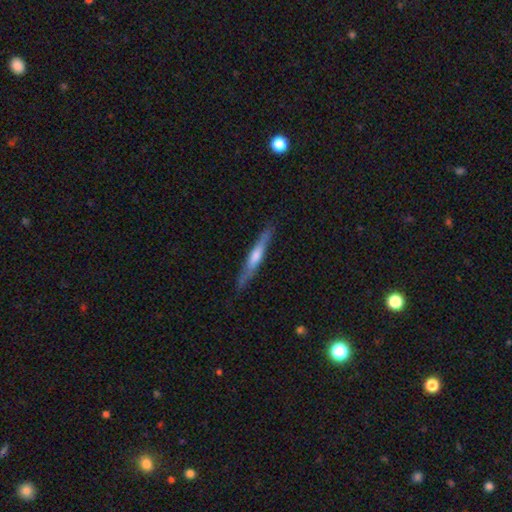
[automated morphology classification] smooth-or-featured: featured or disk: 65% | smooth: 29% | star or artifact: 6%
  disk-edge-on: yes: 96% | no: 4%
    edge-on-bulge: rounded: 66% | none: 21% | boxy: 14%
  merging: none: 87% | minor disturbance: 10% | major disturbance: 2% | merger: 1%